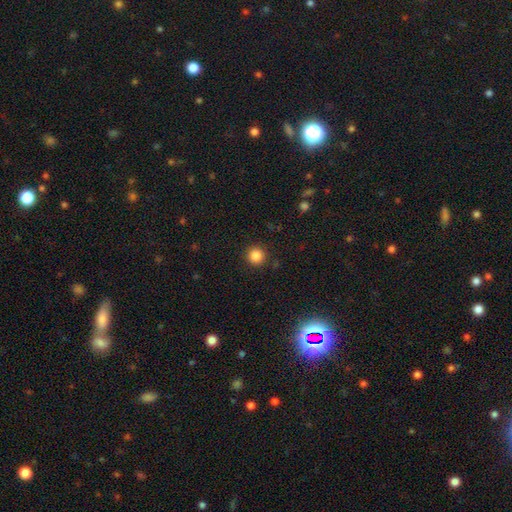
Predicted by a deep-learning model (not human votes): Q: Smooth or featured?
A: smooth (85%); runner-up: star or artifact (11%)
Q: How rounded?
A: round (95%); runner-up: in between (4%)
Q: Merging?
A: none (92%); runner-up: minor disturbance (5%)